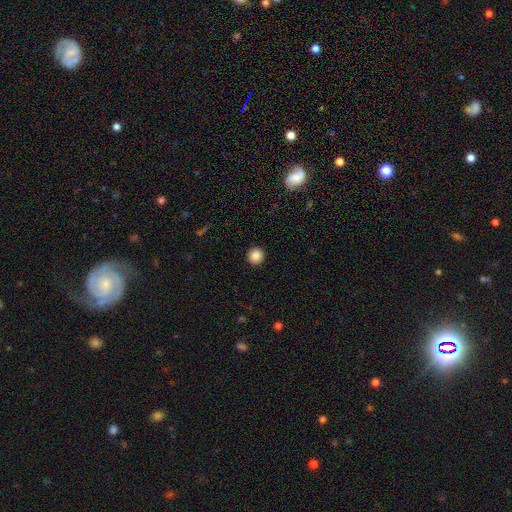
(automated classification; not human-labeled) The model was most divided on "smooth or featured": smooth: 87%, star or artifact: 10%, featured or disk: 3%. More confident: how rounded — round (95%); merging — none (93%).